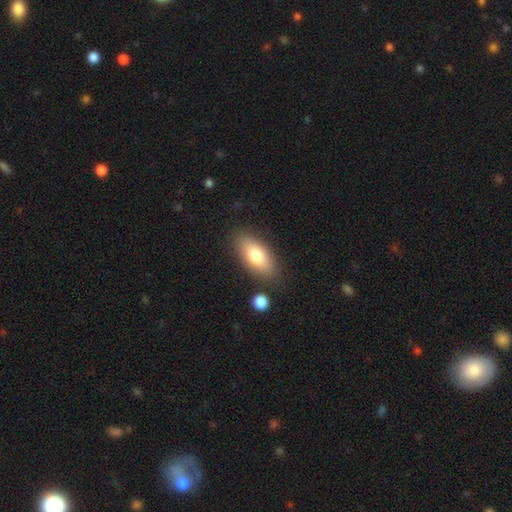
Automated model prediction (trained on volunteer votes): smooth_or_featured: smooth (p=0.78) [alt: featured or disk p=0.15]
how_rounded: in between (p=0.87) [alt: cigar-shaped p=0.09]
merging: none (p=0.82) [alt: minor disturbance p=0.12]